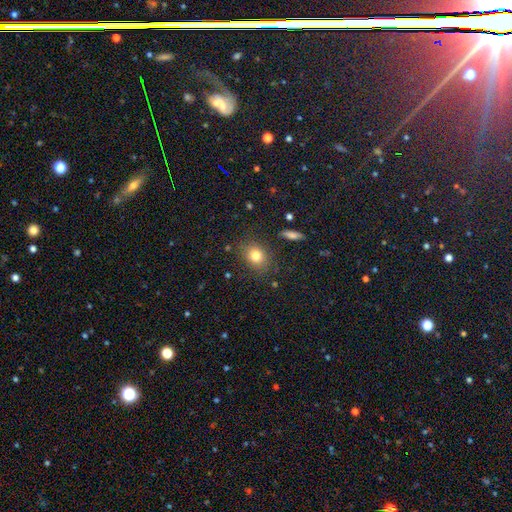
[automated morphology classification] A smooth galaxy with no disk features (79%) that is round (53%).

Vote fractions:
- Smooth or featured? smooth: 79% / star or artifact: 12% / featured or disk: 9%
- How rounded? round: 53% / in between: 45% / cigar-shaped: 2%
- Merging? none: 82% / minor disturbance: 12% / major disturbance: 4% / merger: 2%